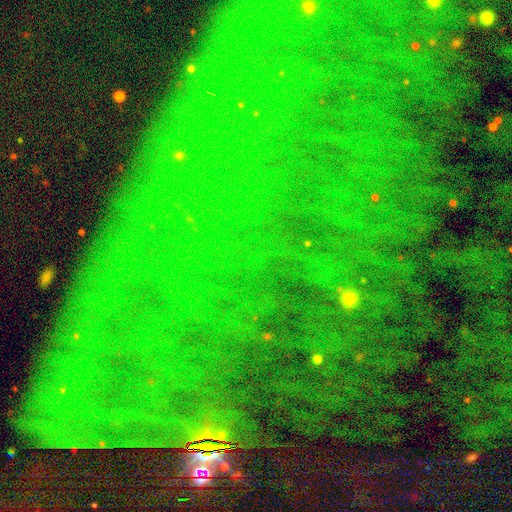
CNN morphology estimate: Smooth or featured?
  - star or artifact: 84% *
  - smooth: 9%
  - featured or disk: 8%